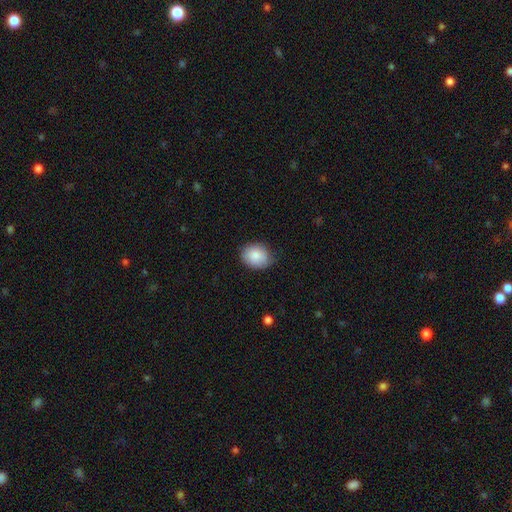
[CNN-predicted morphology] Smooth or featured? Predicted: smooth (p=0.86). How rounded? Predicted: round (p=0.51). Merging? Predicted: none (p=0.76).